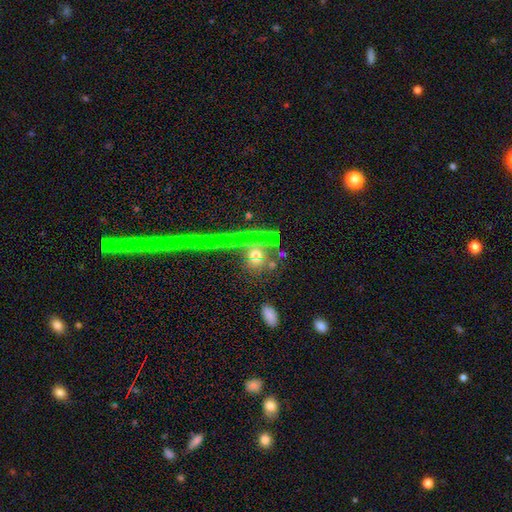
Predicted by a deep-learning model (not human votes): A smooth galaxy with no disk features (49%). Merging: none (52%).